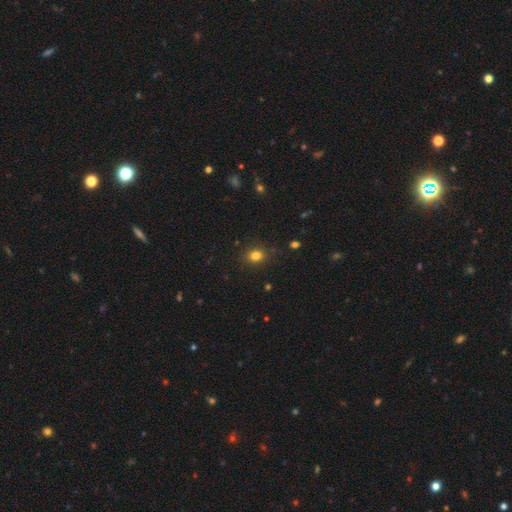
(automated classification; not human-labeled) A smooth galaxy with no disk features (81%) that is round (60%). Merging: none (86%).